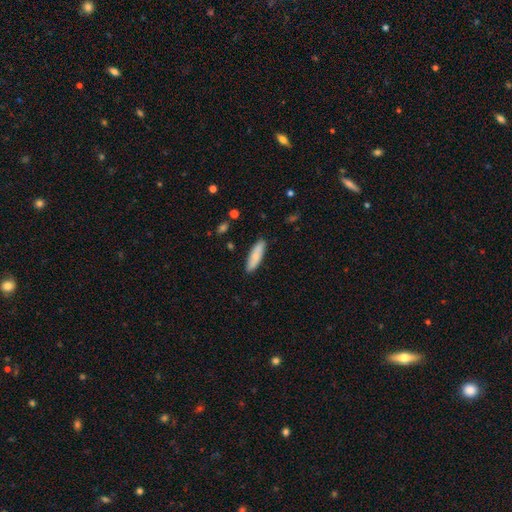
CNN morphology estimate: smooth_or_featured: smooth (p=0.78) [alt: featured or disk p=0.16]
how_rounded: cigar-shaped (p=0.62) [alt: in between p=0.37]
merging: none (p=0.87) [alt: minor disturbance p=0.10]